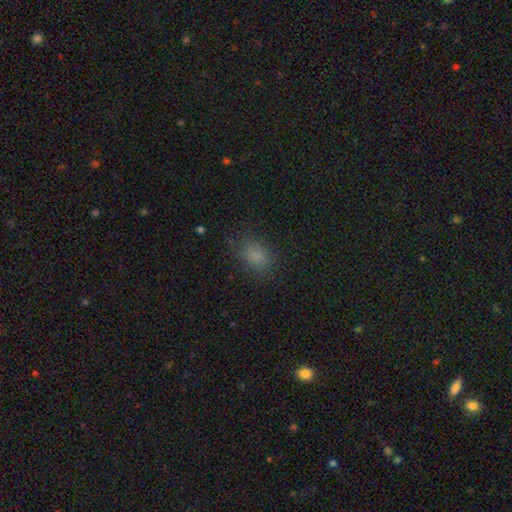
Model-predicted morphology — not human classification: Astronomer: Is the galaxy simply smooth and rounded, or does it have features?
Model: smooth — 82%.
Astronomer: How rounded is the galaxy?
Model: in between — 81%.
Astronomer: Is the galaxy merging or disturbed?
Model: none — 79%.